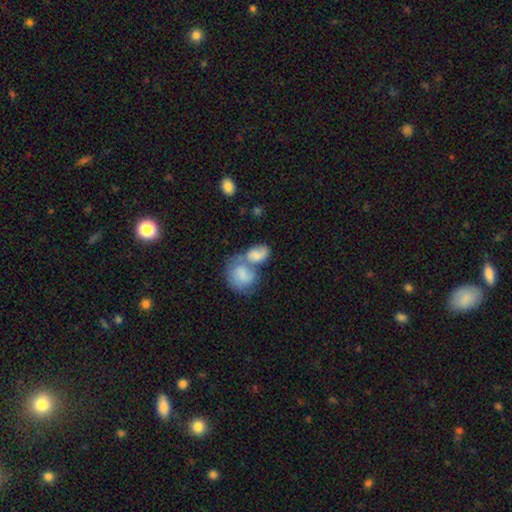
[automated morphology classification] Overall: smooth (66%). How rounded: in between (74%). Merging: merger (71%).